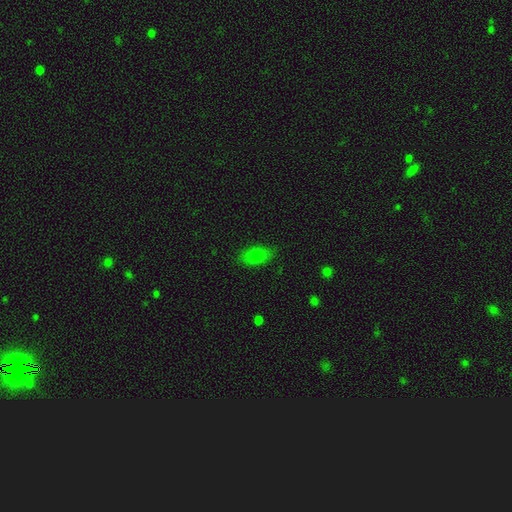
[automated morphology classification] The model was most divided on "smooth or featured": smooth: 77%, featured or disk: 12%, star or artifact: 11%. More confident: merging — none (82%); how rounded — in between (82%).